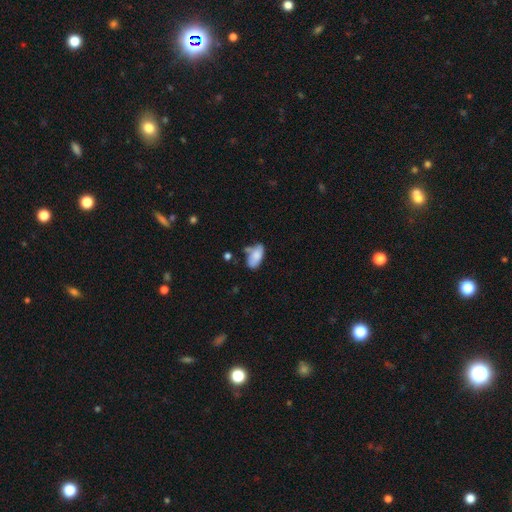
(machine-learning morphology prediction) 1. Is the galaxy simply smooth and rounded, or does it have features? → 78% smooth, 15% featured or disk, 7% star or artifact.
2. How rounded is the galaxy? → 92% in between, 5% cigar-shaped, 3% round.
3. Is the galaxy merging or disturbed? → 48% none, 28% minor disturbance, 15% merger, 9% major disturbance.